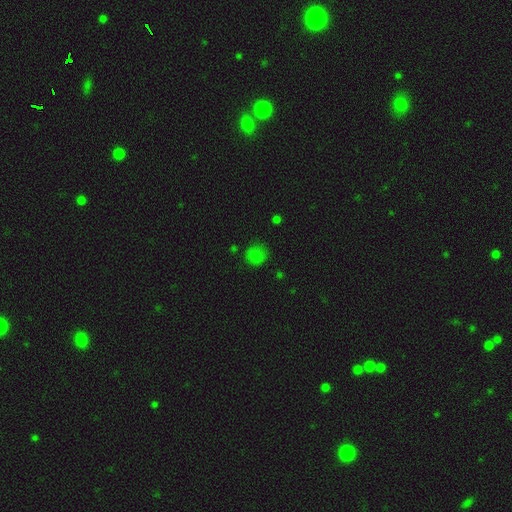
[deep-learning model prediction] A smooth galaxy with no disk features (78%) that is round (85%).

Vote fractions:
- Smooth or featured? smooth: 78% / star or artifact: 15% / featured or disk: 7%
- How rounded? round: 85% / in between: 14% / cigar-shaped: 1%
- Merging? none: 77% / minor disturbance: 17% / major disturbance: 4% / merger: 2%